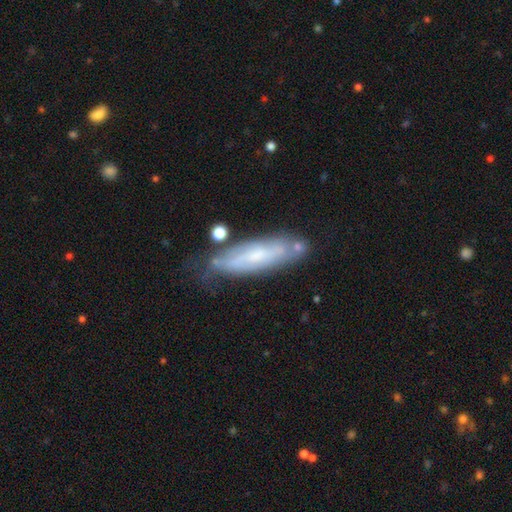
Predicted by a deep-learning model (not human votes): A featured or disk galaxy (56%).

Vote fractions:
- Smooth or featured? featured or disk: 56% / smooth: 36% / star or artifact: 8%
- Edge-on disk? no: 61% / yes: 39%
- Merging? none: 63% / minor disturbance: 23% / merger: 7% / major disturbance: 7%